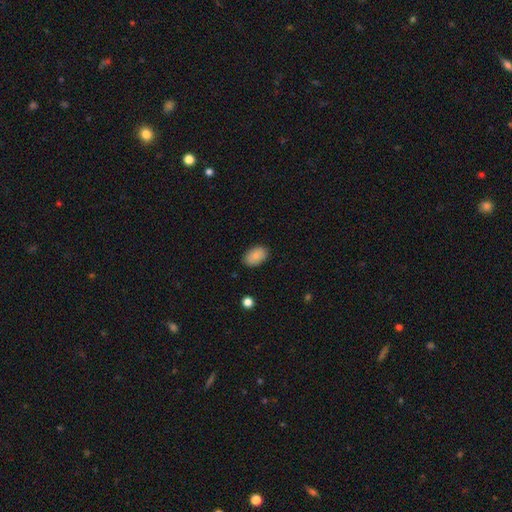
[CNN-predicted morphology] smooth-or-featured: smooth: 86% | star or artifact: 7% | featured or disk: 7%
  how-rounded: in between: 90% | round: 9% | cigar-shaped: 1%
  merging: none: 86% | minor disturbance: 11% | major disturbance: 2% | merger: 1%